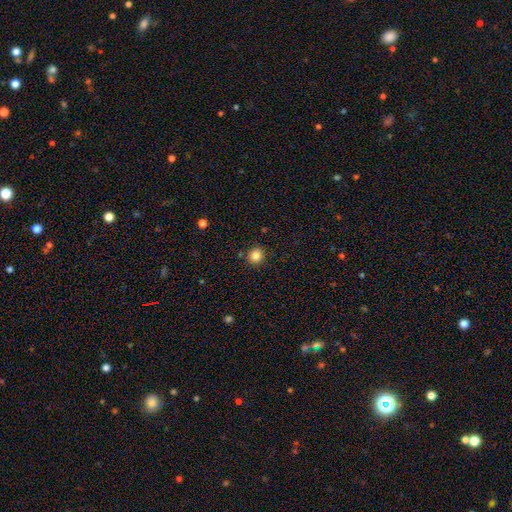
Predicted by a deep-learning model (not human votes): Smooth or featured: smooth — 84% (star or artifact — 11%)
How rounded: round — 89% (in between — 10%)
Merging: none — 88% (minor disturbance — 7%)